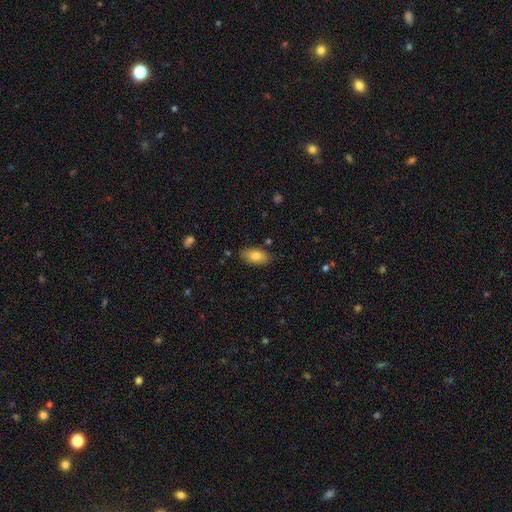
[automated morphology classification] smooth 81%, featured or disk 12%, star or artifact 7%. Down the decision tree: how rounded — in between (92%); merging — none (83%).